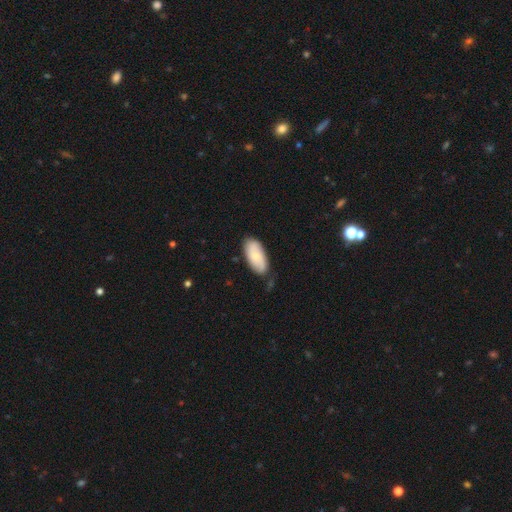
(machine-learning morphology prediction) This appears to be a smooth galaxy with no disk features (62%) that is in between round and cigar-shaped (90%). Merging: none (75%).